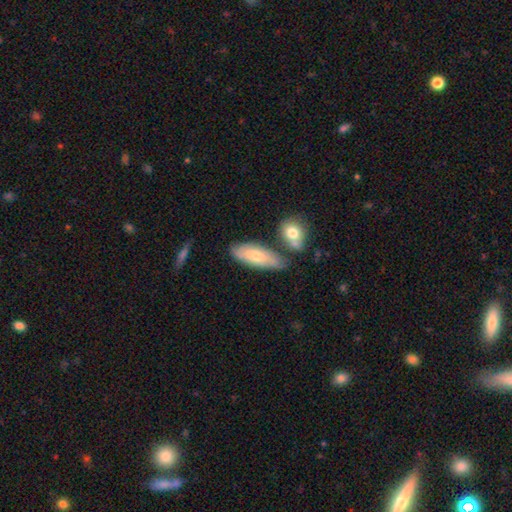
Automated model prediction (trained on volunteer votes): Smooth or featured? smooth (67%)
How rounded? in between (70%)
Merging? none (65%)